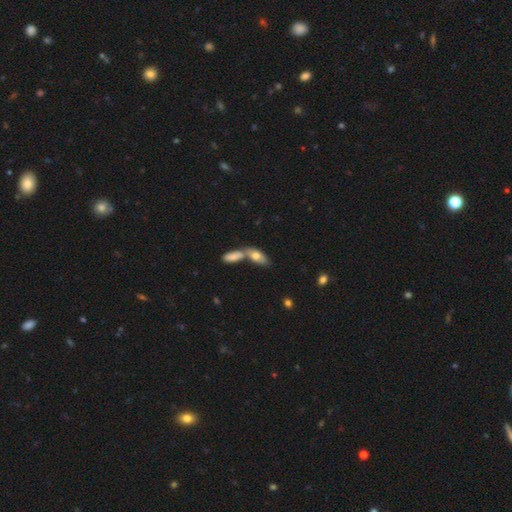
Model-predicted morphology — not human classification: Smooth or featured: smooth — 72% (featured or disk — 20%)
How rounded: in between — 82% (cigar-shaped — 15%)
Merging: merger — 53% (none — 35%)